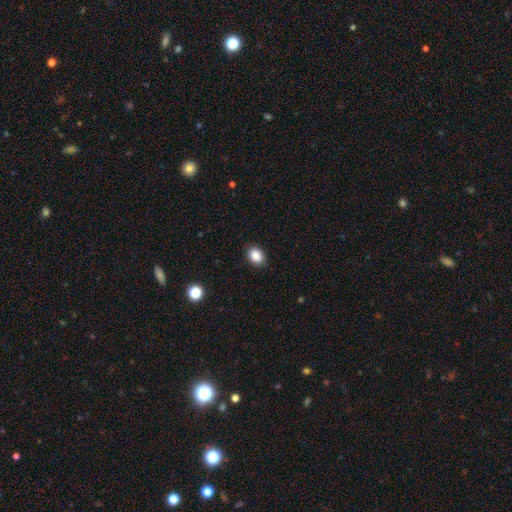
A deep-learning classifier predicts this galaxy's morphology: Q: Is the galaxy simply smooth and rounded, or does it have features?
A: smooth — 87%.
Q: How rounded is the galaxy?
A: in between — 69%.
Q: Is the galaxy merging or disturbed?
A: none — 88%.